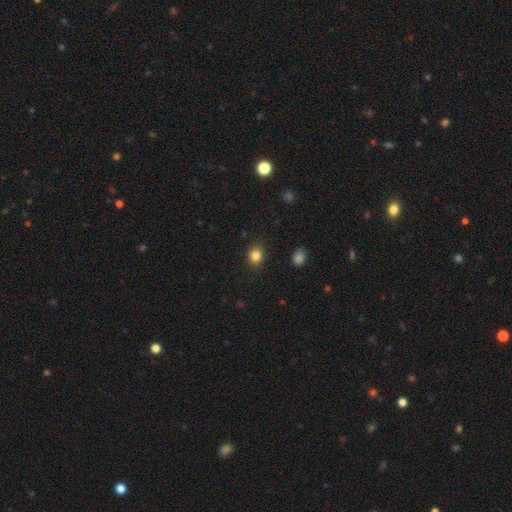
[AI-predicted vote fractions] Overall: smooth (84%). How rounded: round (59%; in between 40%). Merging: none (85%).